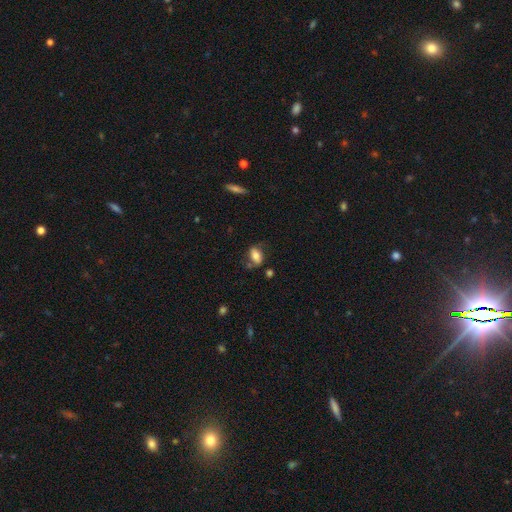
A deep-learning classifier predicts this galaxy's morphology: Smooth or featured?
  - smooth: 74% *
  - featured or disk: 18%
  - star or artifact: 8%
How rounded?
  - in between: 86% *
  - round: 10%
  - cigar-shaped: 4%
Merging?
  - none: 61% *
  - minor disturbance: 23%
  - major disturbance: 9%
  - merger: 6%